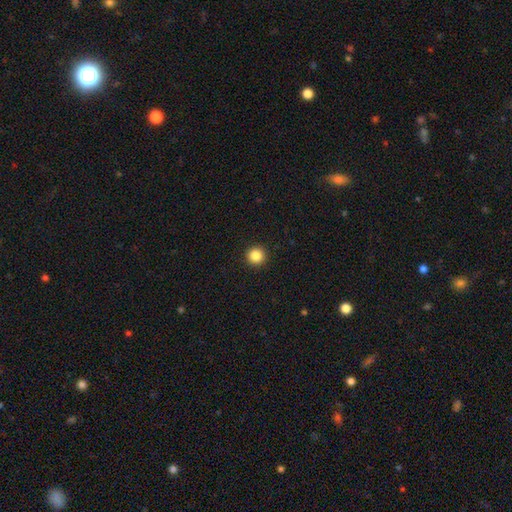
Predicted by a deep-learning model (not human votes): A smooth galaxy with no disk features (85%) that is round (95%). Merging: none (93%).